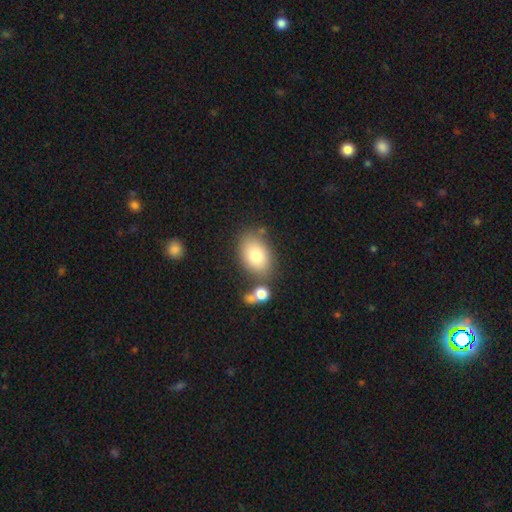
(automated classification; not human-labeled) Smooth or featured?
  - smooth: 79% *
  - featured or disk: 13%
  - star or artifact: 8%
How rounded?
  - in between: 86% *
  - round: 13%
  - cigar-shaped: 1%
Merging?
  - none: 68% *
  - minor disturbance: 15%
  - merger: 12%
  - major disturbance: 5%